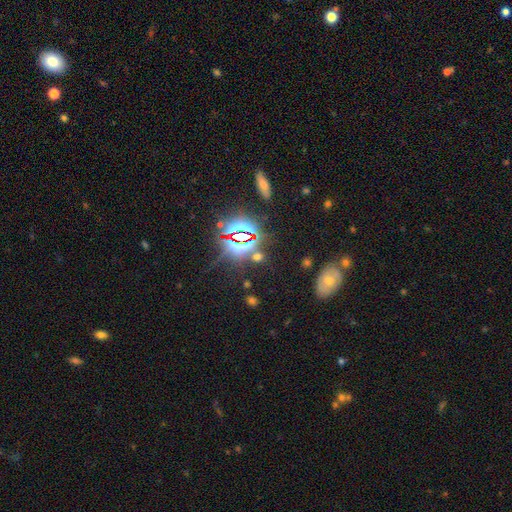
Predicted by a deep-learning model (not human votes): Smooth or featured: star or artifact — 75% (smooth — 15%)